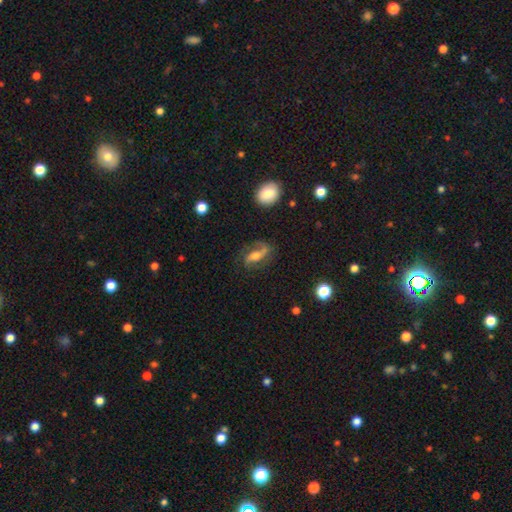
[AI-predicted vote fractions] This is likely a featured or disk galaxy (71%). It is clearly not viewed edge-on (90%). Bar: marginally strong (35%). Spiral arm pattern: clearly yes (89%). Spiral arm count: clearly 2 (84%). Spiral winding: possibly loose (48%). Central bulge: possibly moderate (60%). Merging: likely none (67%).